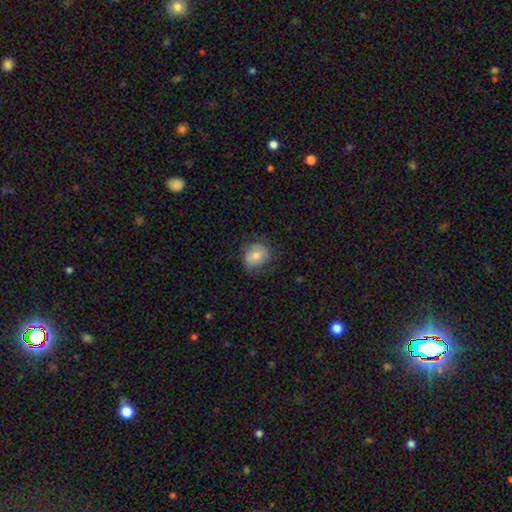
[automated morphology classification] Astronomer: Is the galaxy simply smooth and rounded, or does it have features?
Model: smooth — 74%.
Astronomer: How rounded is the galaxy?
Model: round — 61% (runner-up: in between, 38%).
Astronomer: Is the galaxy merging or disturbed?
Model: none — 67%.